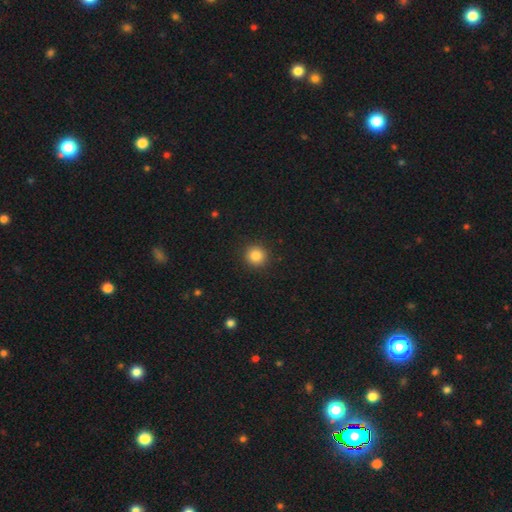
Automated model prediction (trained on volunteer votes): Q: Smooth or featured?
A: smooth (85%); runner-up: star or artifact (11%)
Q: How rounded?
A: round (93%); runner-up: in between (6%)
Q: Merging?
A: none (92%); runner-up: minor disturbance (5%)